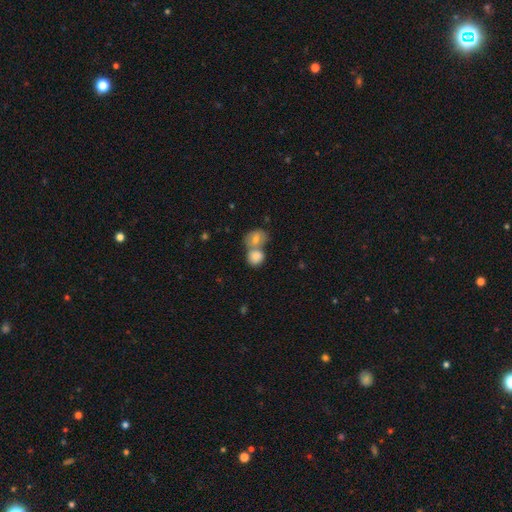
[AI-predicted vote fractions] Morphology: type=smooth (81%); roundness=round (63%); merging=merger (62%).